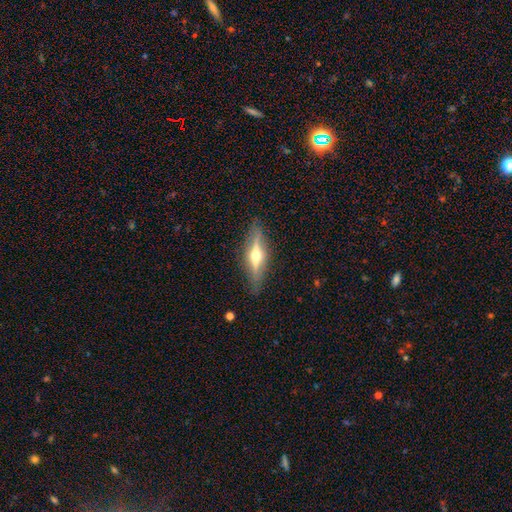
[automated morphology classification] Smooth or featured?
  - featured or disk: 71% *
  - smooth: 22%
  - star or artifact: 6%
Edge-on disk?
  - yes: 95% *
  - no: 5%
Edge-on bulge?
  - rounded: 93% *
  - boxy: 4%
  - none: 3%
Merging?
  - none: 87% *
  - minor disturbance: 9%
  - major disturbance: 2%
  - merger: 1%